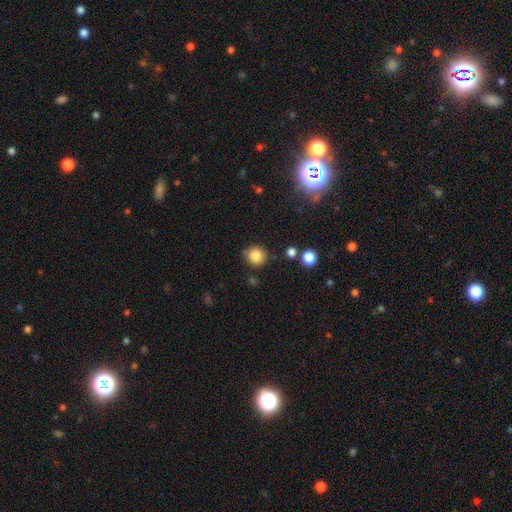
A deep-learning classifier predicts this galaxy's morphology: A smooth galaxy with no disk features (84%) that is round (83%).

Vote fractions:
- Smooth or featured? smooth: 84% / star or artifact: 11% / featured or disk: 5%
- How rounded? round: 83% / in between: 16% / cigar-shaped: 1%
- Merging? none: 79% / minor disturbance: 14% / merger: 3% / major disturbance: 3%